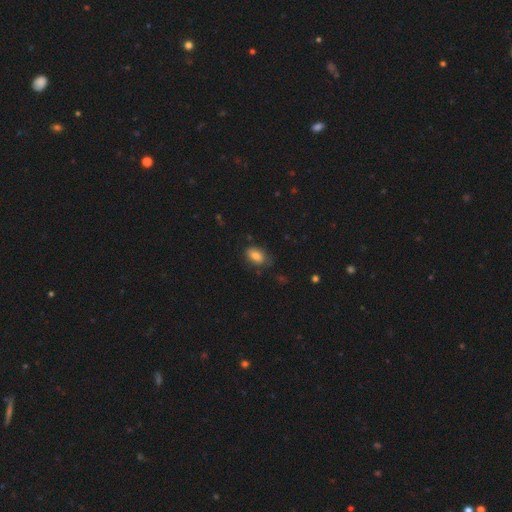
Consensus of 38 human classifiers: Overall: smooth (97%). How rounded: in between (89%). Merging: none (59%; minor disturbance 32%).